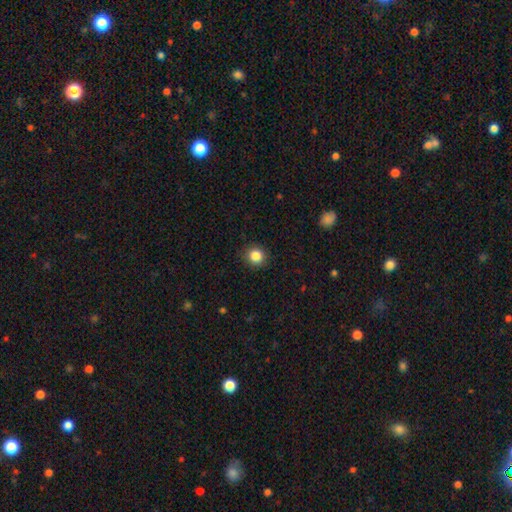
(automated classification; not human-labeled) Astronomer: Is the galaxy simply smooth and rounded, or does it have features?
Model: smooth — 85%.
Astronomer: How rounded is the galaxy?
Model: round — 89%.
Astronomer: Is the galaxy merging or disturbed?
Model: none — 91%.